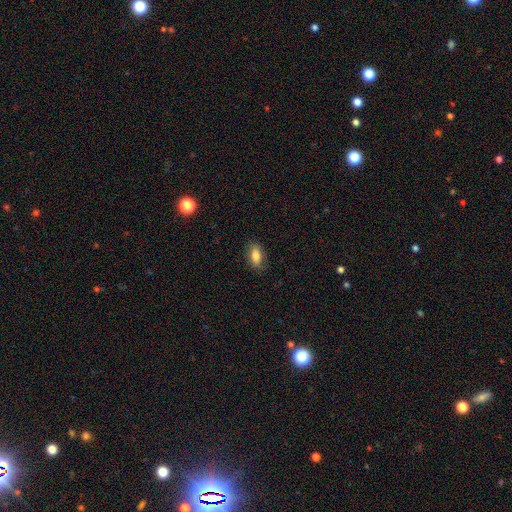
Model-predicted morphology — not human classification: smooth-or-featured: smooth: 83% | featured or disk: 10% | star or artifact: 8%
  how-rounded: in between: 87% | cigar-shaped: 8% | round: 5%
  merging: none: 85% | minor disturbance: 12% | major disturbance: 3% | merger: 1%